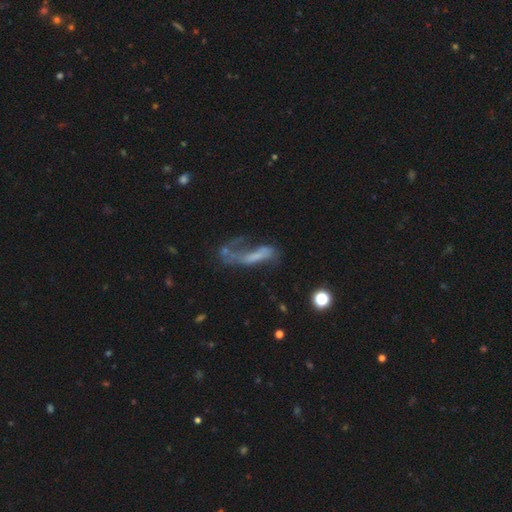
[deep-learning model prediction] A featured or disk galaxy (48%). Merging: major disturbance (46%).